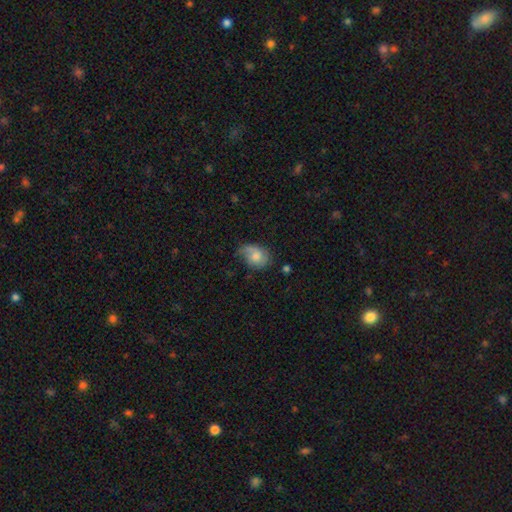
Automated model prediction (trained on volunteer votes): A smooth galaxy with no disk features (55%) that is in between round and cigar-shaped (67%).

Vote fractions:
- Smooth or featured? smooth: 55% / featured or disk: 37% / star or artifact: 8%
- How rounded? in between: 67% / round: 32% / cigar-shaped: 1%
- Merging? none: 43% / minor disturbance: 34% / major disturbance: 20% / merger: 3%